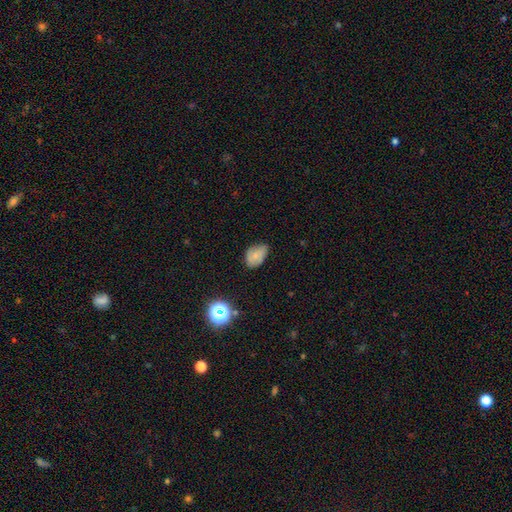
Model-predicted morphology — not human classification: Overall: smooth (66%). How rounded: in between (82%). Merging: none (54%; minor disturbance 36%).